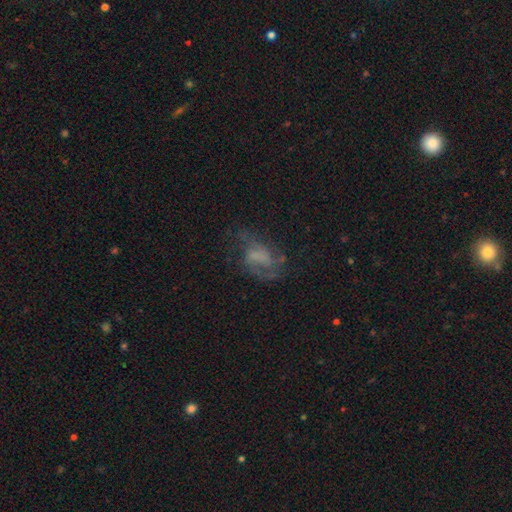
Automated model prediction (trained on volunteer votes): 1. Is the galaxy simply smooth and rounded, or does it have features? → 63% featured or disk, 23% smooth, 14% star or artifact.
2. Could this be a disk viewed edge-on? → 96% no, 4% yes.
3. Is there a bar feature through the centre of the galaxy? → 47% no, 39% weak, 14% strong.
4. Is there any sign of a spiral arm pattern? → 78% yes, 22% no.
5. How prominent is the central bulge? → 57% none, 18% small, 14% moderate, 8% large, 2% dominant.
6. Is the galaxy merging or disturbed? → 49% none, 28% major disturbance, 20% minor disturbance, 3% merger.